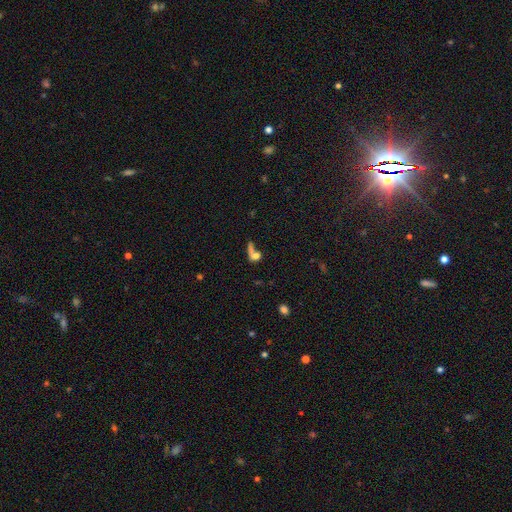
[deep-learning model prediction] Morphology: type=smooth (62%); roundness=in between (43%); merging=merger (36%).